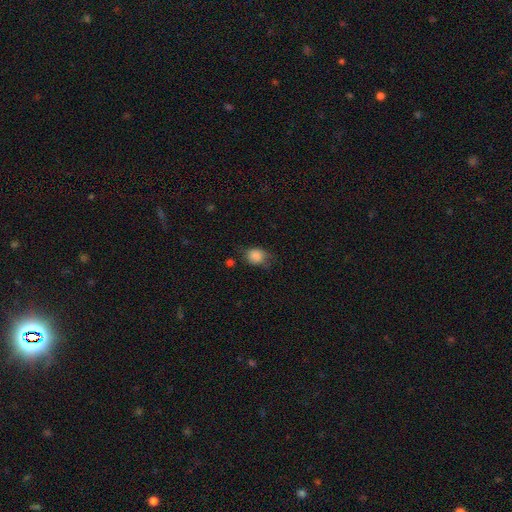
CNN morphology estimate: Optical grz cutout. It shows a smooth galaxy with no disk features (82%) that is round (55%). Merging: none (53%).